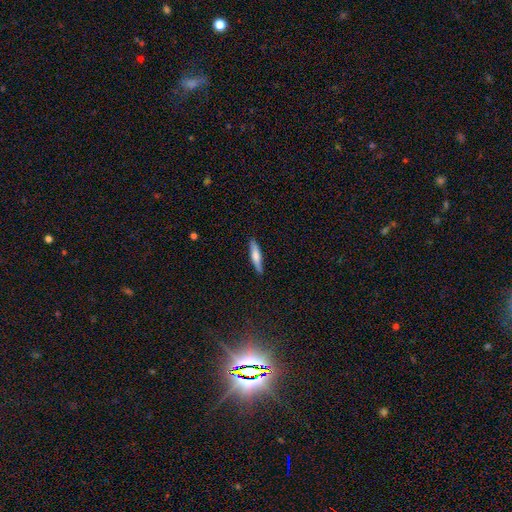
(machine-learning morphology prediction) Smooth or featured: smooth — 64% (featured or disk — 30%)
How rounded: cigar-shaped — 83% (in between — 15%)
Merging: none — 85% (minor disturbance — 12%)